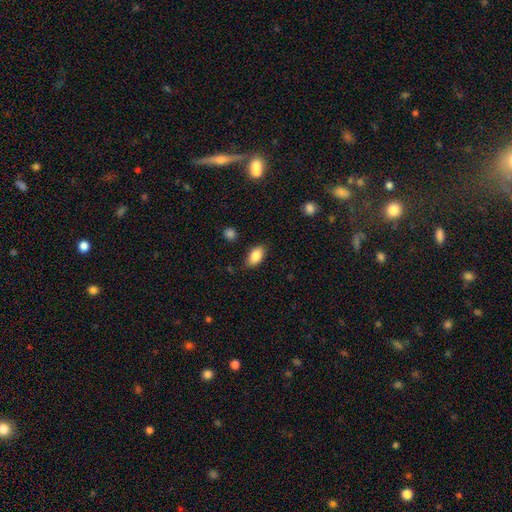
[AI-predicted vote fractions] The model was most divided on "merging": none: 83%, minor disturbance: 12%, major disturbance: 3%, merger: 2%. More confident: how rounded — in between (91%); smooth or featured — smooth (86%).